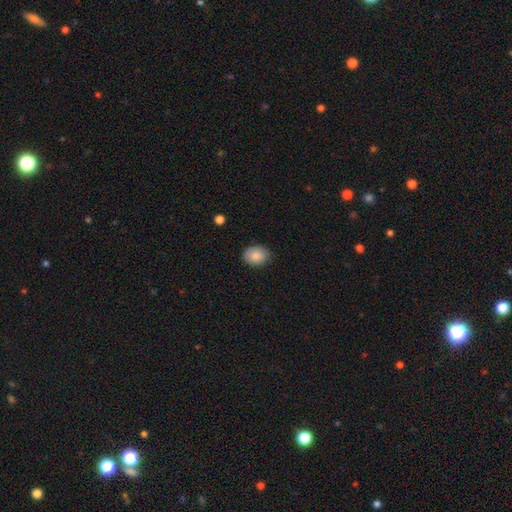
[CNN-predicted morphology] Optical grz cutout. It shows a smooth galaxy with no disk features (85%) that is in between round and cigar-shaped (52%). Merging: none (81%).